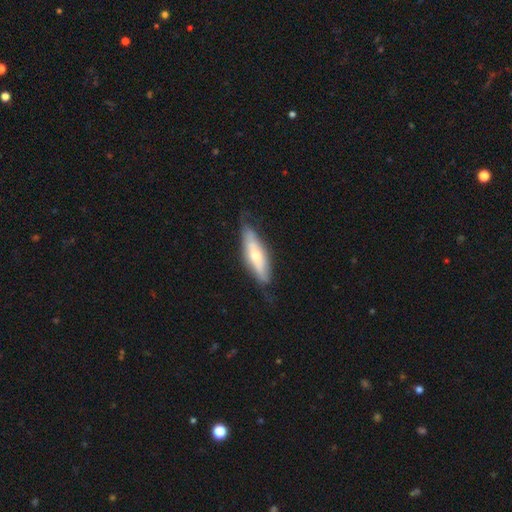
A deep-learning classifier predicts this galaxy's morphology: Smooth or featured? Predicted: featured or disk (p=0.47, tied with smooth). Merging? Predicted: none (p=0.65).